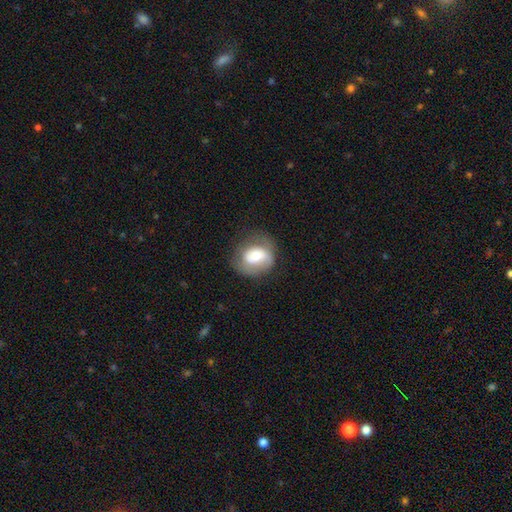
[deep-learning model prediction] This appears to be a smooth galaxy with no disk features (51%) that is round (62%). Merging: none (62%).